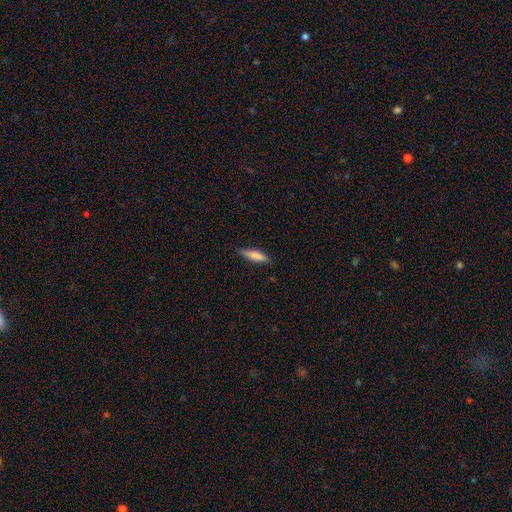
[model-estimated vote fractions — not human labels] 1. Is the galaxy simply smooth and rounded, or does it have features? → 79% smooth, 15% featured or disk, 6% star or artifact.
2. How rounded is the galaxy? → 73% cigar-shaped, 25% in between, 2% round.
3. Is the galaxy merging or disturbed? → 80% none, 16% minor disturbance, 3% major disturbance, 1% merger.